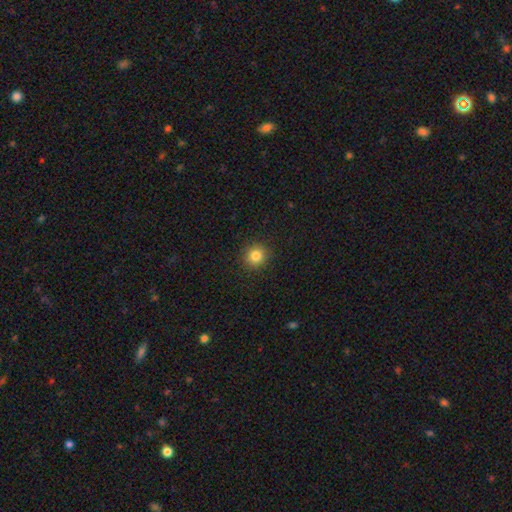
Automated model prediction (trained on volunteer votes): Smooth or featured?
  - smooth: 83% *
  - star or artifact: 12%
  - featured or disk: 5%
How rounded?
  - round: 91% *
  - in between: 8%
  - cigar-shaped: 1%
Merging?
  - none: 92% *
  - minor disturbance: 5%
  - major disturbance: 2%
  - merger: 1%